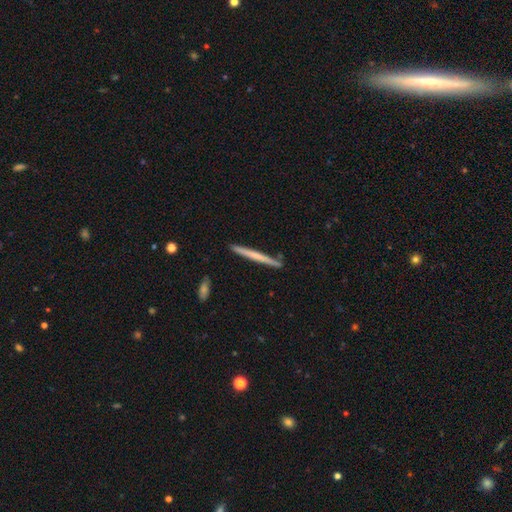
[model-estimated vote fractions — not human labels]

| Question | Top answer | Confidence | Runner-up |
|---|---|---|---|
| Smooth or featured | featured or disk | 49% | smooth (45%) |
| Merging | none | 90% | minor disturbance (7%) |